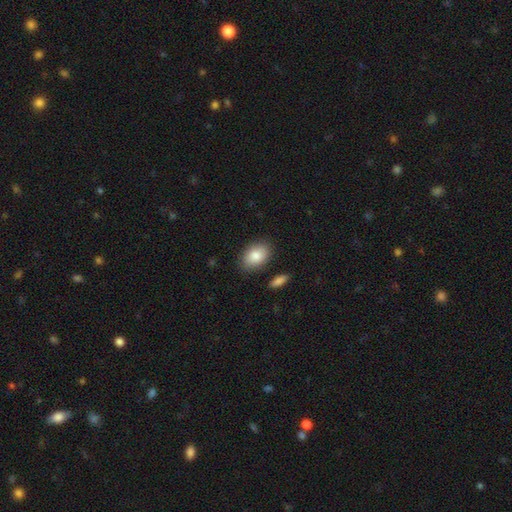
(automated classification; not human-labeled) Morphology: type=smooth (84%); roundness=in between (87%); merging=none (82%).